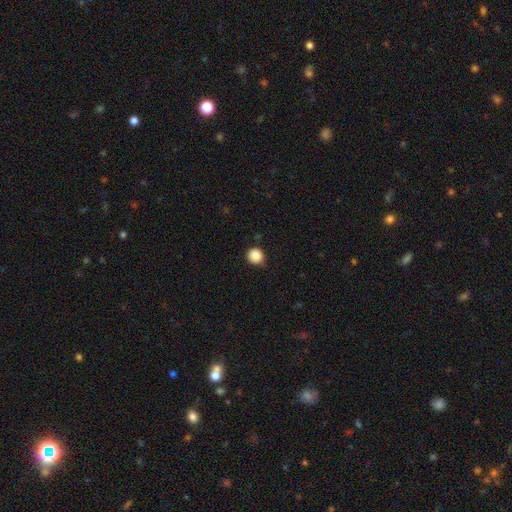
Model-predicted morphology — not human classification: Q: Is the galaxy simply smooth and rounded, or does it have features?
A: smooth — 86%.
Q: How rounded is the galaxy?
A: round — 93%.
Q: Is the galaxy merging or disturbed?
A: none — 85%.